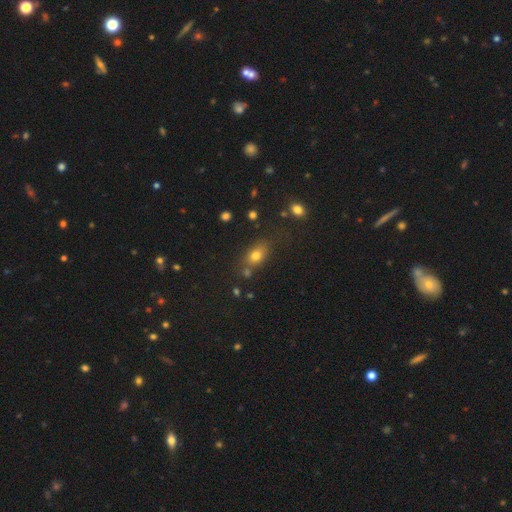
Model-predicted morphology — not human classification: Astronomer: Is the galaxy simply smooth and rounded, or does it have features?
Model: smooth — 76%.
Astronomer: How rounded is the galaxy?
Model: in between — 70%.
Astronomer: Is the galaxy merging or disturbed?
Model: none — 64%.